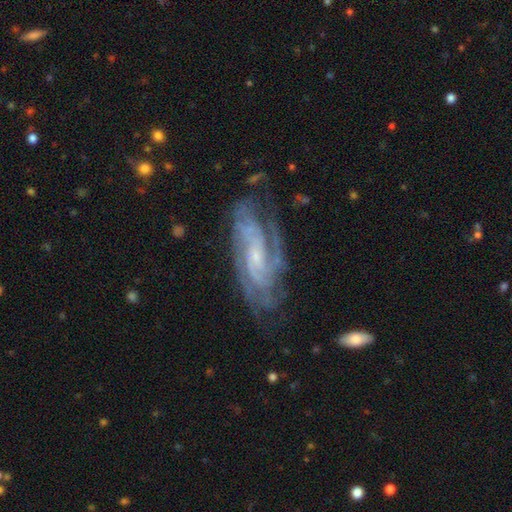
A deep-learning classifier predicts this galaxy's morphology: Smooth or featured?
  - featured or disk: 87% *
  - smooth: 7%
  - star or artifact: 6%
Edge-on disk?
  - no: 92% *
  - yes: 8%
Bar?
  - no: 53% *
  - weak: 37%
  - strong: 11%
Spiral arms?
  - yes: 96% *
  - no: 4%
Spiral winding?
  - tight: 58% *
  - medium: 34%
  - loose: 7%
Spiral arm count?
  - can't tell: 29% *
  - 2: 28%
  - 3: 20%
  - 4: 13%
  - more than 4: 6%
  - 1: 5%
Bulge size?
  - small: 68% *
  - moderate: 23%
  - none: 6%
  - large: 2%
  - dominant: 1%
Merging?
  - none: 71% *
  - minor disturbance: 19%
  - major disturbance: 8%
  - merger: 2%